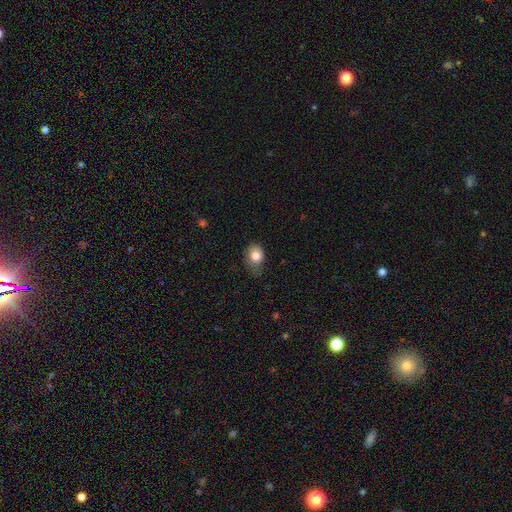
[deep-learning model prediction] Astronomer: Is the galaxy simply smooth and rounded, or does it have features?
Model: smooth — 82%.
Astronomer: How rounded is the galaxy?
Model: in between — 63%.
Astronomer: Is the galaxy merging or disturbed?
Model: none — 43% (runner-up: minor disturbance, 39%).